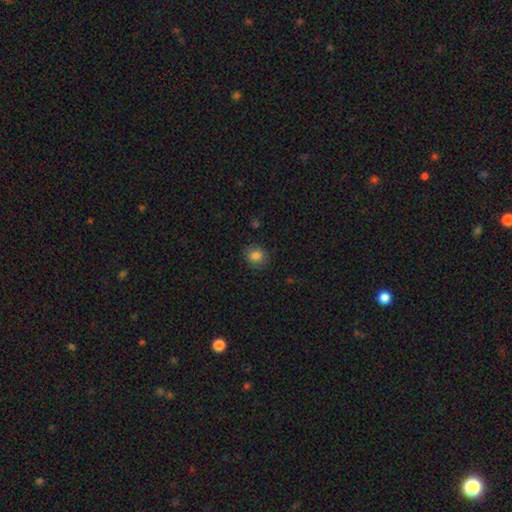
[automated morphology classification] The model was most divided on "how rounded": round: 72%, in between: 27%, cigar-shaped: 1%. More confident: merging — none (85%); smooth or featured — smooth (83%).